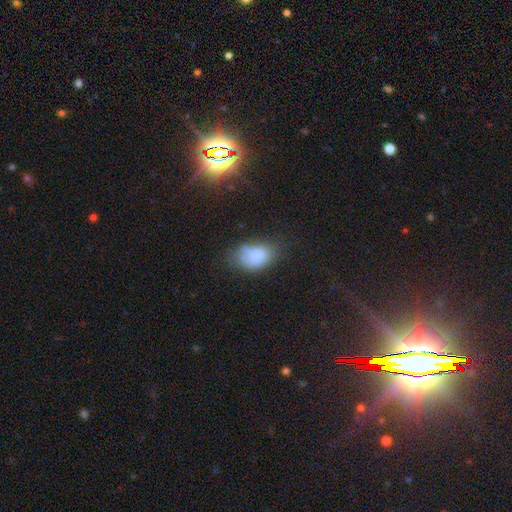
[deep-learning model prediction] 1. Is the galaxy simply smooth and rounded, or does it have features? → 76% smooth, 13% featured or disk, 10% star or artifact.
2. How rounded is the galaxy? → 83% in between, 15% round, 1% cigar-shaped.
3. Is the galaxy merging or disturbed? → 38% none, 33% minor disturbance, 20% major disturbance, 8% merger.